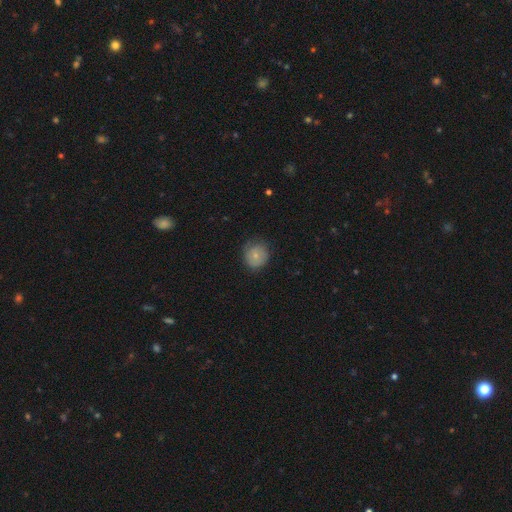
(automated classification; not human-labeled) This appears to be a smooth galaxy with no disk features (70%) that is round (86%). Merging: none (69%).